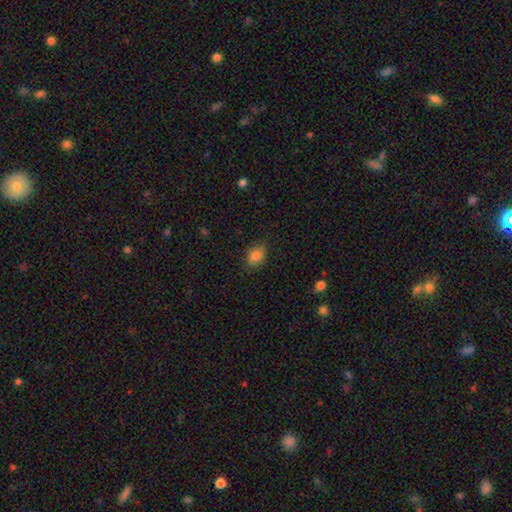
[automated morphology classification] A smooth galaxy with no disk features (83%) that is in between round and cigar-shaped (58%).

Vote fractions:
- Smooth or featured? smooth: 83% / star or artifact: 10% / featured or disk: 7%
- How rounded? in between: 58% / round: 40% / cigar-shaped: 1%
- Merging? none: 81% / minor disturbance: 15% / major disturbance: 3% / merger: 1%